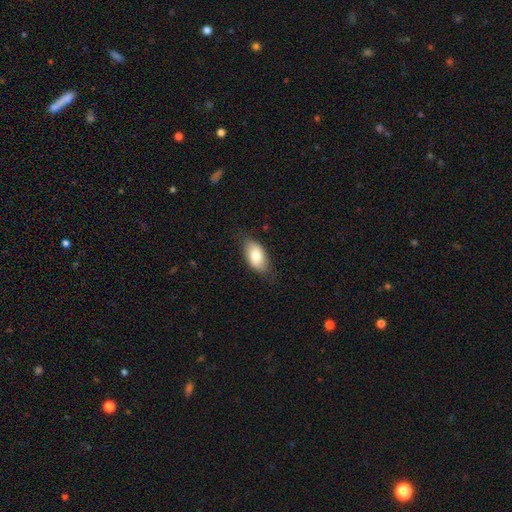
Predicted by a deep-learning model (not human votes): Smooth or featured? smooth (78%)
How rounded? in between (92%)
Merging? none (75%)